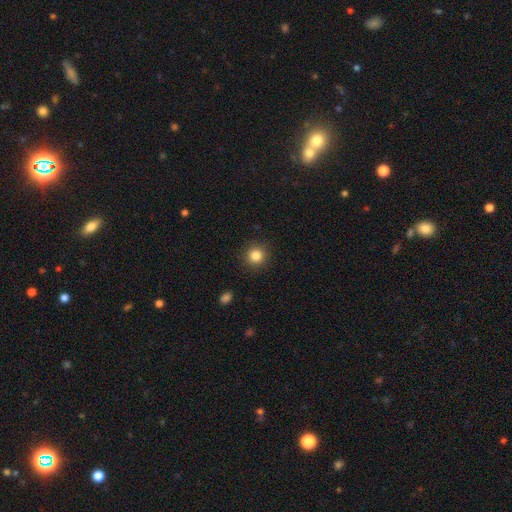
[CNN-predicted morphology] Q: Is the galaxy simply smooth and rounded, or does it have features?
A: smooth — 84%.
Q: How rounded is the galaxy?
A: round — 93%.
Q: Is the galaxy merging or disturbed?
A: none — 91%.